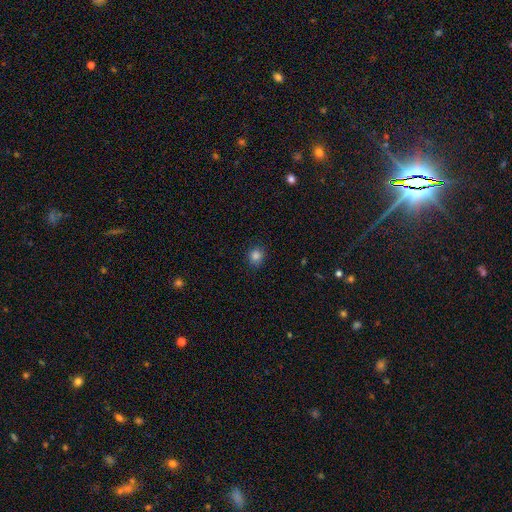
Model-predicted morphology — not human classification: Smooth or featured: smooth — 84% (star or artifact — 13%)
How rounded: round — 77% (in between — 22%)
Merging: none — 86% (minor disturbance — 11%)